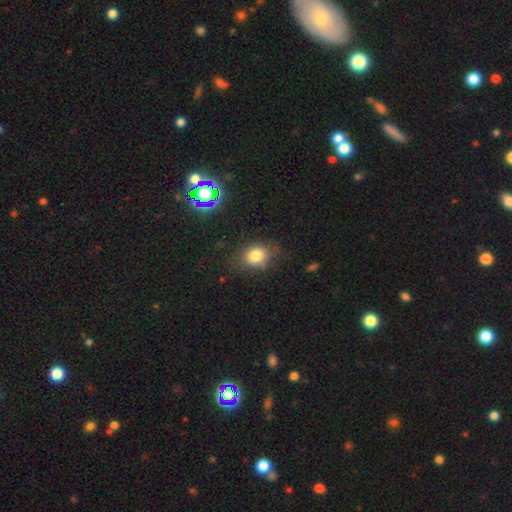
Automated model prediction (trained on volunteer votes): smooth-or-featured: smooth: 78% | star or artifact: 13% | featured or disk: 9%
  how-rounded: in between: 53% | round: 46% | cigar-shaped: 1%
  merging: none: 71% | minor disturbance: 20% | major disturbance: 7% | merger: 2%